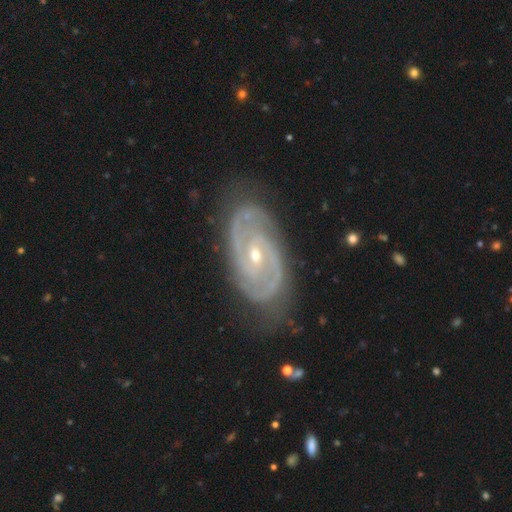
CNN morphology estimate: featured or disk 91%, star or artifact 5%, smooth 4%. Down the decision tree: edge-on disk — no (96%); bar — no (44%); spiral arms — yes (97%); spiral arm count — 2 (72%); spiral winding — tight (59%); bulge size — small (62%); merging — none (77%).